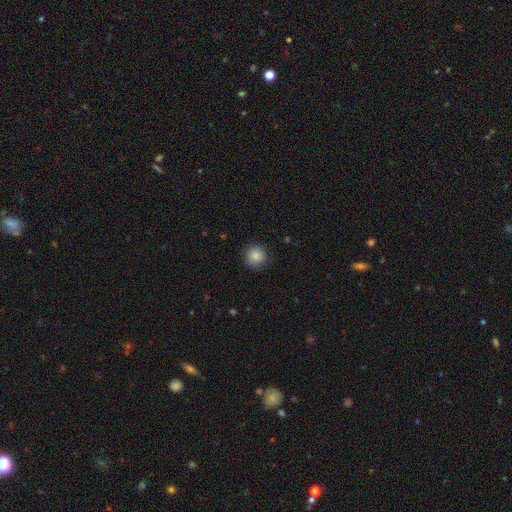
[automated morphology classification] A smooth galaxy with no disk features (86%) that is round (94%). Merging: none (89%).